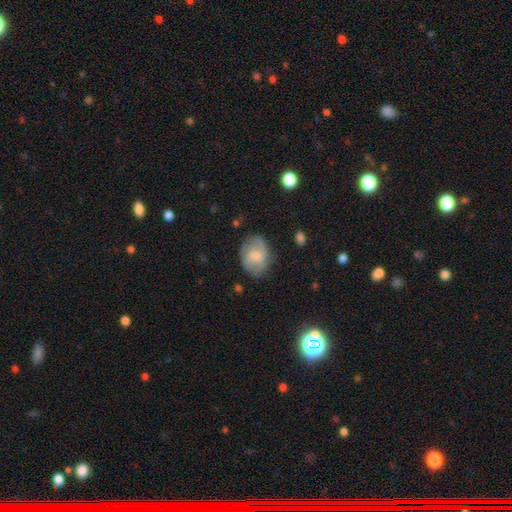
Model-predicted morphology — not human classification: smooth 58%, featured or disk 35%, star or artifact 8%. Down the decision tree: how rounded — in between (66%); merging — none (67%).